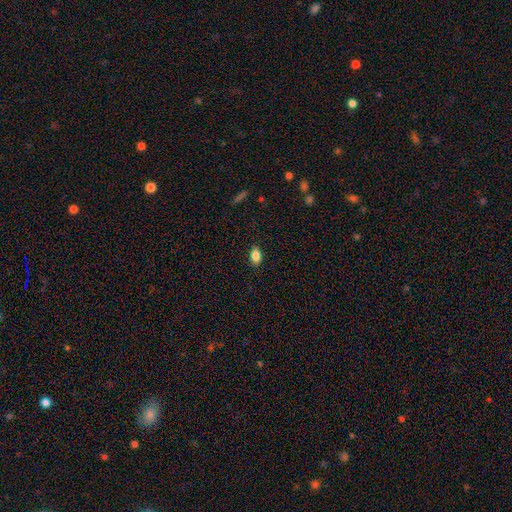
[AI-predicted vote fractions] smooth 85%, star or artifact 9%, featured or disk 6%. Down the decision tree: how rounded — in between (87%); merging — none (88%).